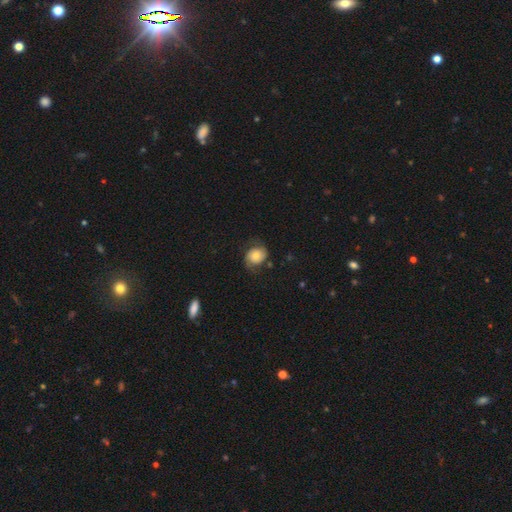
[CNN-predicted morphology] Smooth or featured?
  - featured or disk: 55% *
  - smooth: 36%
  - star or artifact: 9%
Edge-on disk?
  - no: 97% *
  - yes: 3%
Bar?
  - no: 77% *
  - weak: 19%
  - strong: 5%
Spiral arms?
  - yes: 87% *
  - no: 13%
Bulge size?
  - moderate: 55% *
  - small: 31%
  - large: 9%
  - none: 3%
  - dominant: 3%
Merging?
  - none: 67% *
  - minor disturbance: 20%
  - major disturbance: 11%
  - merger: 2%